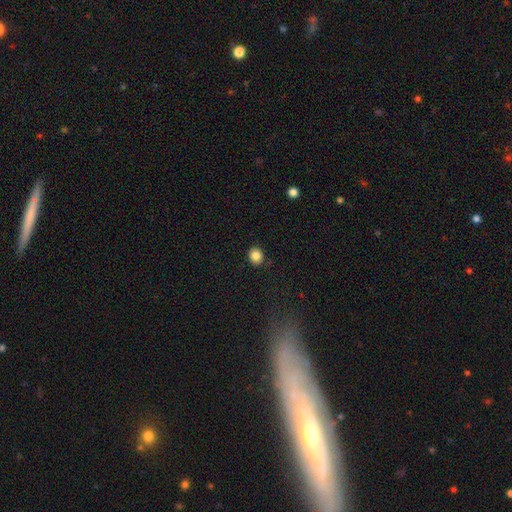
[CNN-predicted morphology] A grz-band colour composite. It shows a smooth galaxy with no disk features (85%) that is round (76%). Merging: none (88%).